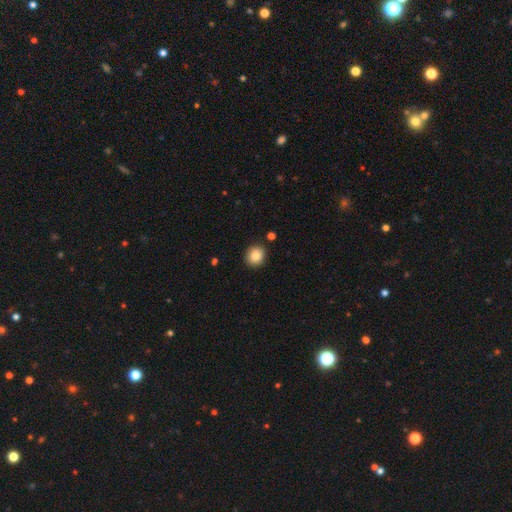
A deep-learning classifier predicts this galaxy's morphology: A smooth galaxy with no disk features (86%) that is round (81%). Merging: none (89%).